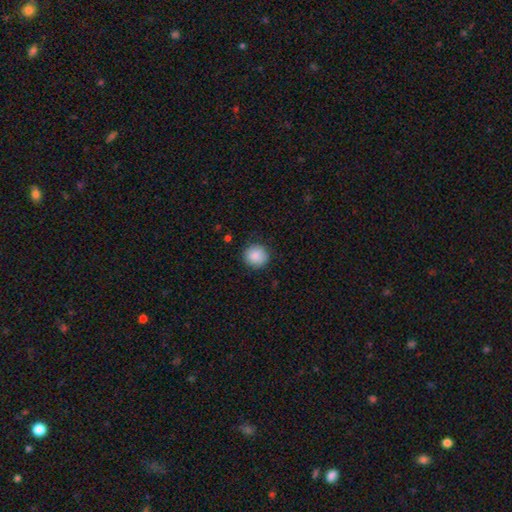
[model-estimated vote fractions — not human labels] A smooth galaxy with no disk features (88%) that is round (91%). Merging: none (88%).